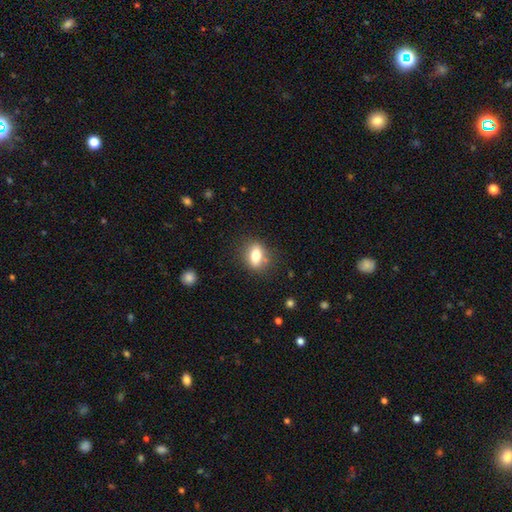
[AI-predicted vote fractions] This appears to be a smooth galaxy with no disk features (75%) that is in between round and cigar-shaped (70%). Merging: none (82%).